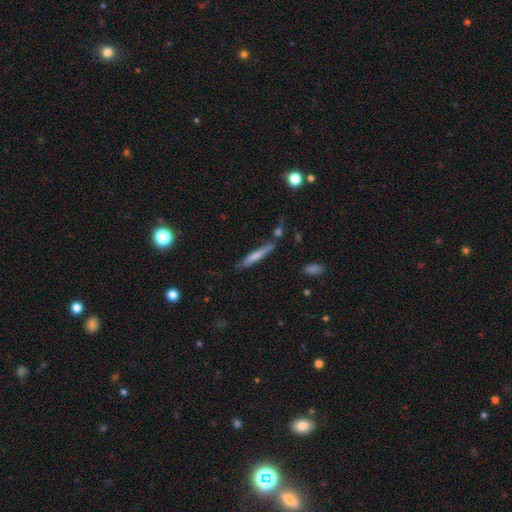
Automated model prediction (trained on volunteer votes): smooth_or_featured: smooth (p=0.60) [alt: featured or disk p=0.34]
how_rounded: cigar-shaped (p=0.93) [alt: in between p=0.05]
merging: none (p=0.75) [alt: minor disturbance p=0.16]